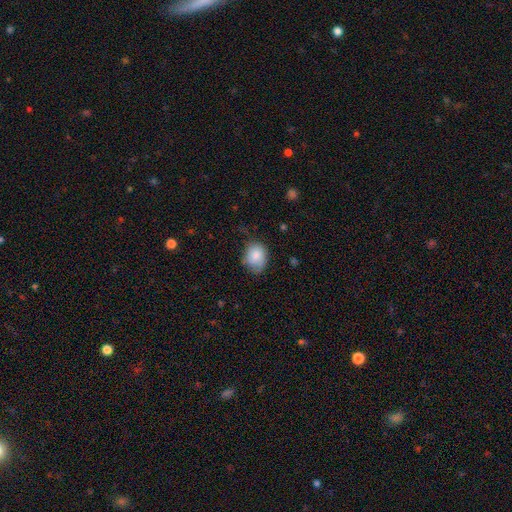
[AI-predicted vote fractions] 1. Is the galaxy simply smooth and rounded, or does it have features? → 84% smooth, 8% featured or disk, 8% star or artifact.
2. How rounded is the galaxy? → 50% round, 49% in between, 1% cigar-shaped.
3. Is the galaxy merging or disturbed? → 60% none, 31% minor disturbance, 8% major disturbance, 2% merger.